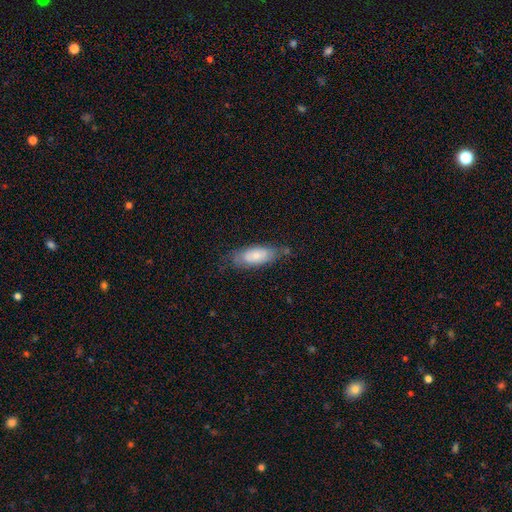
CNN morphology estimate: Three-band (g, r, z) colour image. It shows a smooth galaxy with no disk features (65%) that is in between round and cigar-shaped (82%). Merging: none (61%).